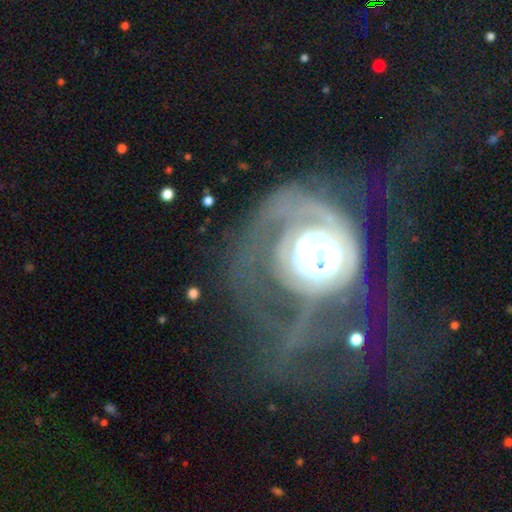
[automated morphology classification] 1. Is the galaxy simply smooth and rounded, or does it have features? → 60% featured or disk, 24% star or artifact, 16% smooth.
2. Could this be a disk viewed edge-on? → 93% no, 7% yes.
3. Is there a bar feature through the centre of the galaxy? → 79% no, 12% weak, 9% strong.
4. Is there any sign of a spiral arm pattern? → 60% yes, 40% no.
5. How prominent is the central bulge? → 42% large, 28% moderate, 20% dominant, 7% small, 4% none.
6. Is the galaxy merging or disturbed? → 42% major disturbance, 38% none, 14% minor disturbance, 6% merger.